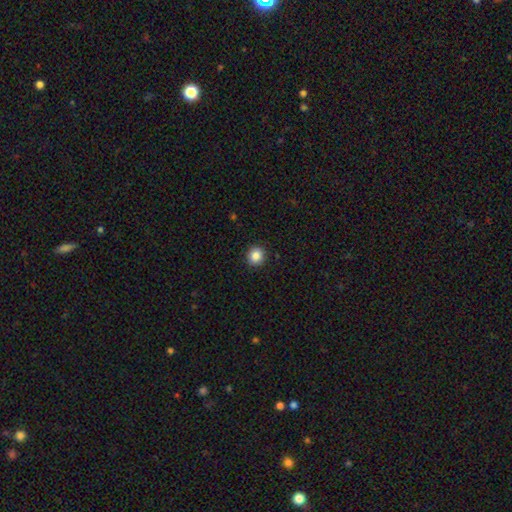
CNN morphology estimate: Smooth or featured: smooth — 86% (star or artifact — 10%)
How rounded: round — 88% (in between — 12%)
Merging: none — 91% (minor disturbance — 6%)